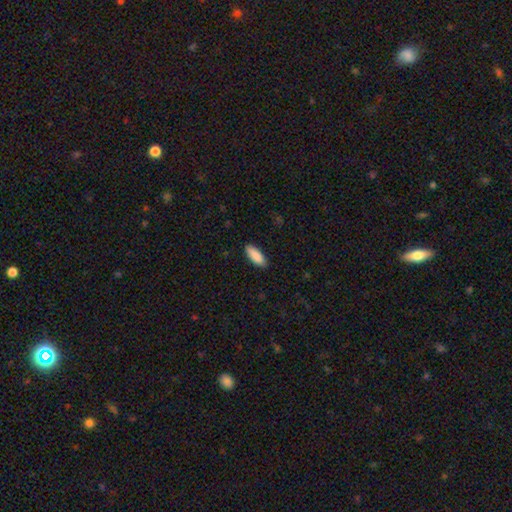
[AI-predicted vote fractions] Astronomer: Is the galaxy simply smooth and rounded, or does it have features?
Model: smooth — 90%.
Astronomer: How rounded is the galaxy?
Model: in between — 75%.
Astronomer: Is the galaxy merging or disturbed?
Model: none — 87%.